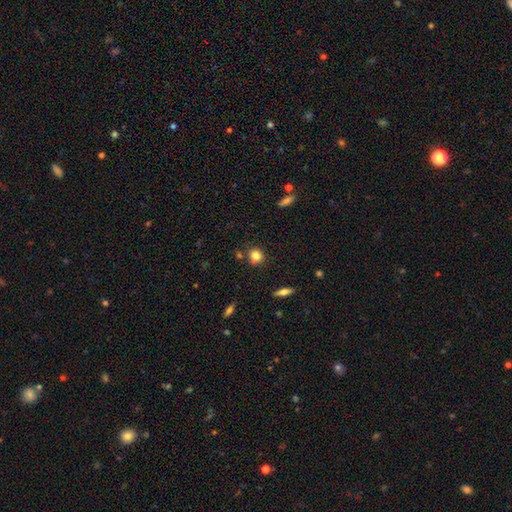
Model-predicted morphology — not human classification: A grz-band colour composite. It shows a smooth galaxy with no disk features (81%) that is round (84%). Merging: none (78%).